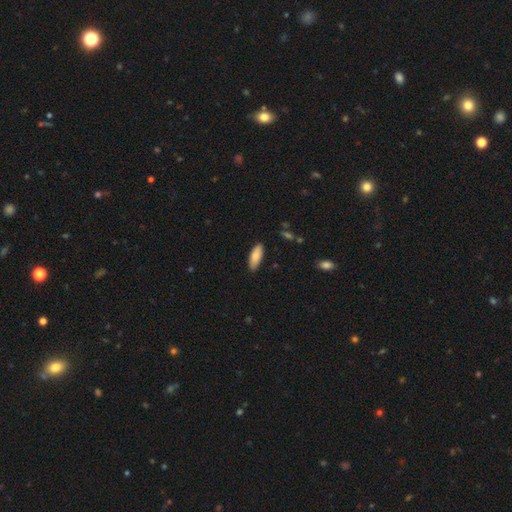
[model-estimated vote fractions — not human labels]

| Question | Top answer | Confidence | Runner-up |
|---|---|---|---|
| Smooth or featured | smooth | 84% | featured or disk (10%) |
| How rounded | in between | 70% | cigar-shaped (28%) |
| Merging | none | 86% | minor disturbance (11%) |